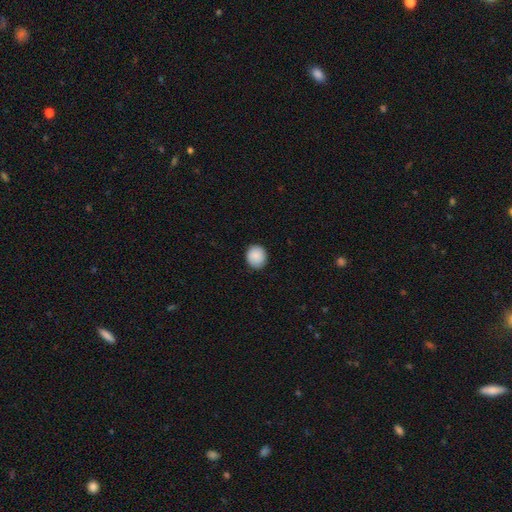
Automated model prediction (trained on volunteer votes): Smooth or featured? Predicted: smooth (p=0.89). How rounded? Predicted: round (p=0.77). Merging? Predicted: none (p=0.88).